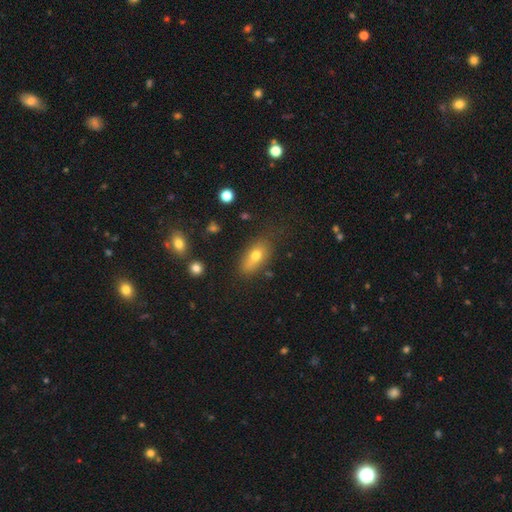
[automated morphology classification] Q: Smooth or featured?
A: smooth (71%); runner-up: featured or disk (18%)
Q: How rounded?
A: in between (80%); runner-up: cigar-shaped (10%)
Q: Merging?
A: none (69%); runner-up: minor disturbance (20%)